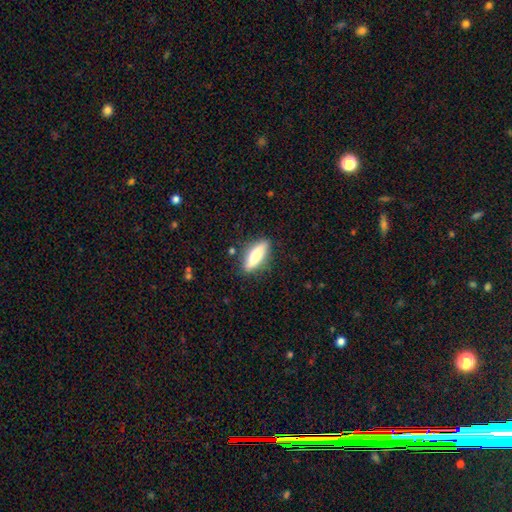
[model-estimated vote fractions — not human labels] Overall: smooth (68%). How rounded: in between (52%; cigar-shaped 46%). Merging: none (84%).